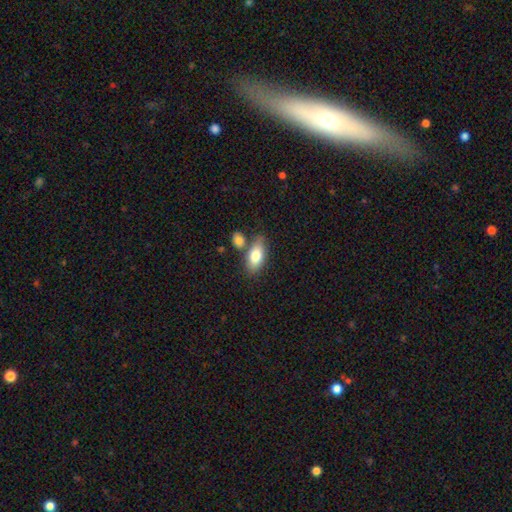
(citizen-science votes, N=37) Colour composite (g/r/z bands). It shows a smooth galaxy with no disk features (92%) that is in between round and cigar-shaped (85%). Merging: none (54%).